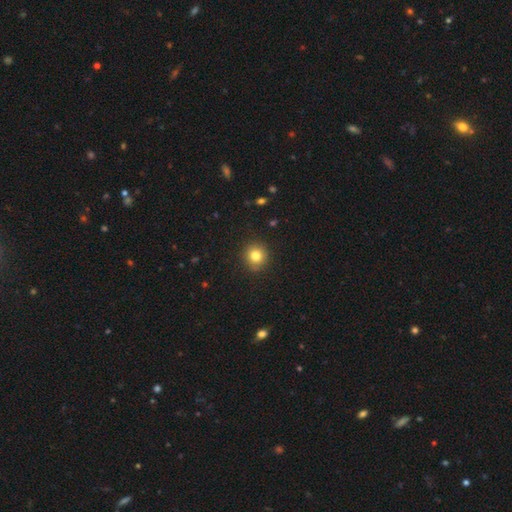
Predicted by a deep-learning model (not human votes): smooth-or-featured: smooth: 81% | star or artifact: 11% | featured or disk: 8%
  how-rounded: round: 89% | in between: 10% | cigar-shaped: 1%
  merging: none: 89% | minor disturbance: 8% | major disturbance: 2% | merger: 1%